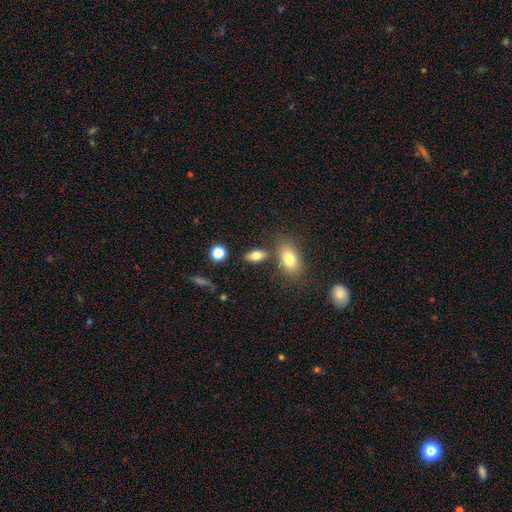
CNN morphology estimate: The model was most divided on "merging": none: 75%, minor disturbance: 12%, merger: 9%, major disturbance: 4%. More confident: how rounded — in between (84%); smooth or featured — smooth (78%).